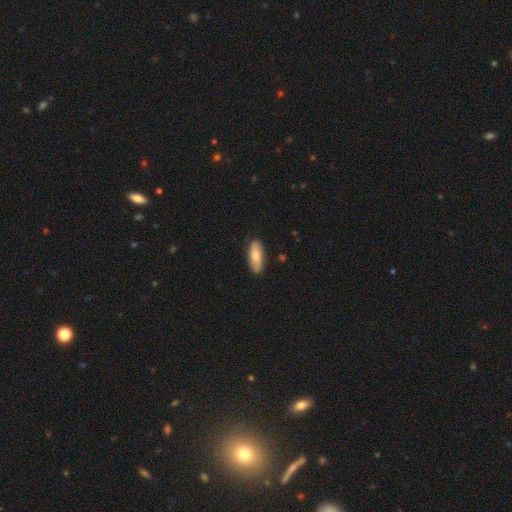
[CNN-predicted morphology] type=smooth (78%); roundness=in between (72%); merging=none (88%).